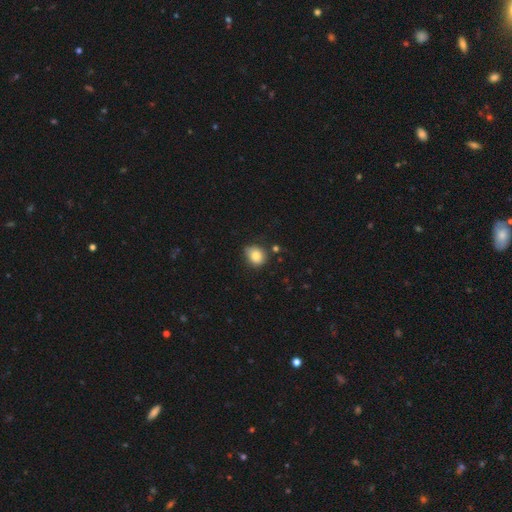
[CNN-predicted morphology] This appears to be a smooth galaxy with no disk features (83%) that is round (54%). Merging: none (71%).